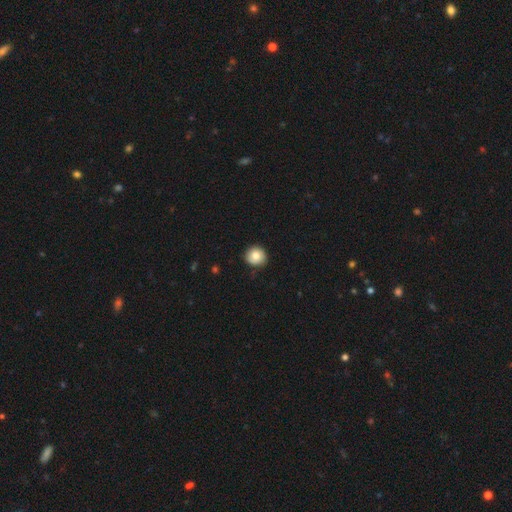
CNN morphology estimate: Smooth or featured? Predicted: smooth (p=0.79). How rounded? Predicted: round (p=0.90). Merging? Predicted: none (p=0.84).